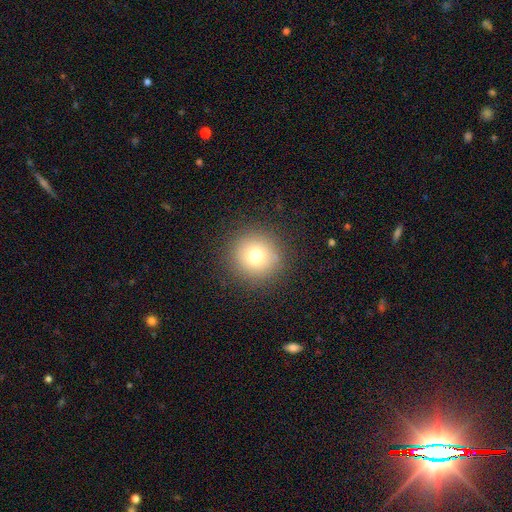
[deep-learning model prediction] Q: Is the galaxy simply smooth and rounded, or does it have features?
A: smooth — 75%.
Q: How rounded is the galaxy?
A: round — 95%.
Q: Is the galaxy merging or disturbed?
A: none — 90%.